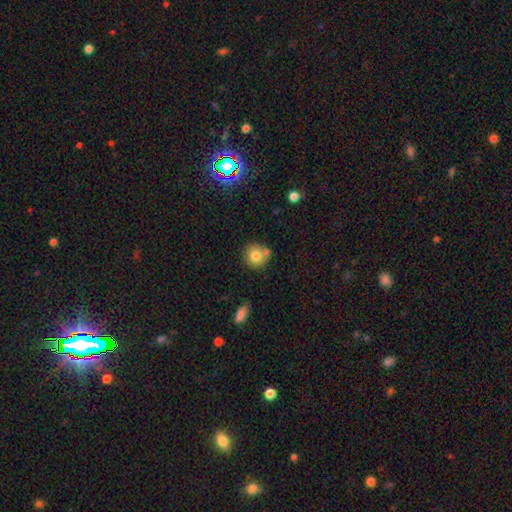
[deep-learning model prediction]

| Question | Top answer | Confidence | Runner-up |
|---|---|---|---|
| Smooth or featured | smooth | 77% | featured or disk (13%) |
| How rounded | round | 90% | in between (9%) |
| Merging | none | 62% | merger (23%) |